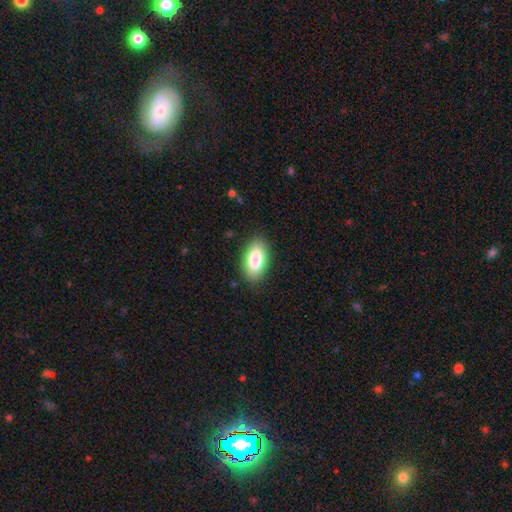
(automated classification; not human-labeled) A smooth galaxy with no disk features (84%) that is in between round and cigar-shaped (93%).

Vote fractions:
- Smooth or featured? smooth: 84% / featured or disk: 9% / star or artifact: 7%
- How rounded? in between: 93% / cigar-shaped: 4% / round: 3%
- Merging? none: 87% / minor disturbance: 10% / major disturbance: 3% / merger: 1%